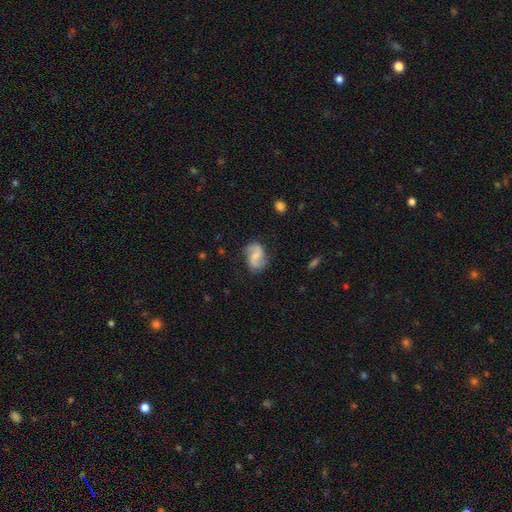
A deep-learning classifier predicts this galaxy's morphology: The model was most divided on "bulge size": none: 45%, small: 32%, moderate: 18%, large: 4%, dominant: 1%. Remaining: edge-on disk — no (98%); spiral arms — yes (95%); spiral arm count — 2 (91%); smooth or featured — featured or disk (77%); merging — none (75%); spiral winding — loose (54%); bar — weak (47%).